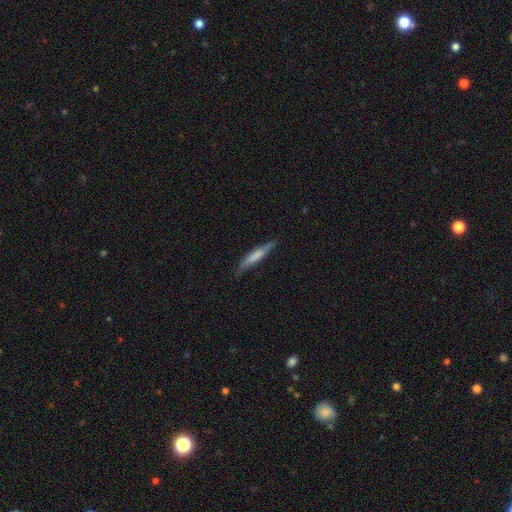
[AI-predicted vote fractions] The model was most divided on "smooth or featured": smooth: 60%, featured or disk: 34%, star or artifact: 6%. More confident: how rounded — cigar-shaped (91%); merging — none (79%).